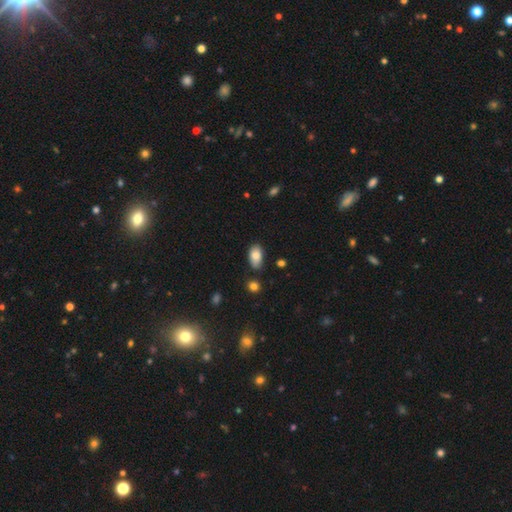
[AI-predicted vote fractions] A smooth galaxy with no disk features (83%) that is in between round and cigar-shaped (94%).

Vote fractions:
- Smooth or featured? smooth: 83% / featured or disk: 10% / star or artifact: 7%
- How rounded? in between: 94% / round: 4% / cigar-shaped: 2%
- Merging? none: 76% / minor disturbance: 17% / merger: 3% / major disturbance: 3%